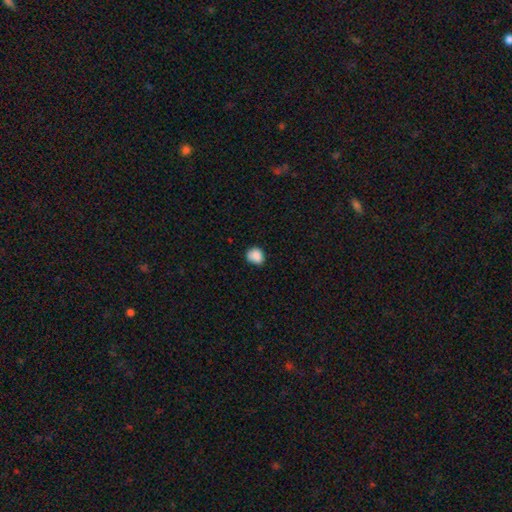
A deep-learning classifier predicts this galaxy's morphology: type=smooth (87%); roundness=round (70%); merging=none (71%).